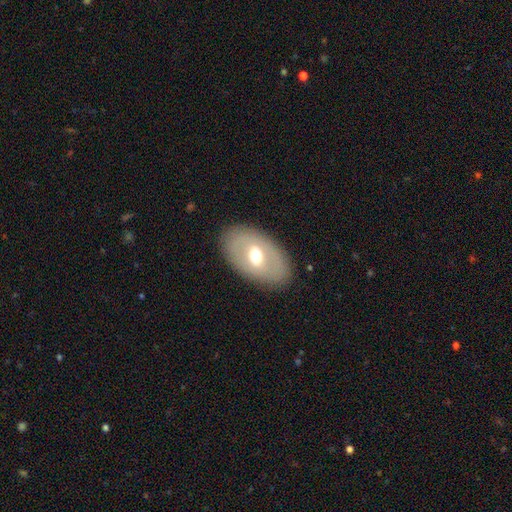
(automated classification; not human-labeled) Q: Smooth or featured?
A: smooth (49%); runner-up: featured or disk (44%)
Q: Merging?
A: none (85%); runner-up: minor disturbance (10%)